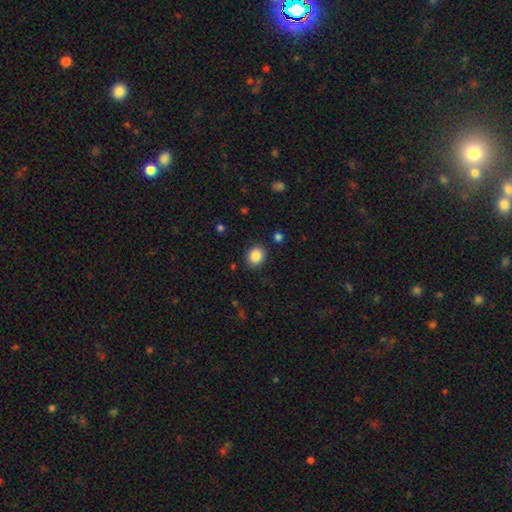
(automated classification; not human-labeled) smooth-or-featured: smooth: 86% | star or artifact: 9% | featured or disk: 4%
  how-rounded: round: 67% | in between: 32% | cigar-shaped: 1%
  merging: none: 87% | minor disturbance: 8% | major disturbance: 3% | merger: 2%